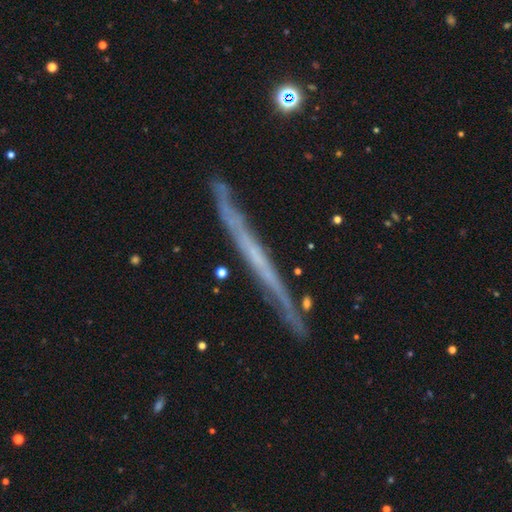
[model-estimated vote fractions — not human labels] A featured or disk galaxy (68%) viewed edge-on (92%) with no central bulge (88%).

Vote fractions:
- Smooth or featured? featured or disk: 68% / smooth: 24% / star or artifact: 8%
- Edge-on disk? yes: 92% / no: 8%
- Edge-on bulge? none: 88% / rounded: 8% / boxy: 4%
- Merging? none: 81% / minor disturbance: 14% / major disturbance: 3% / merger: 2%